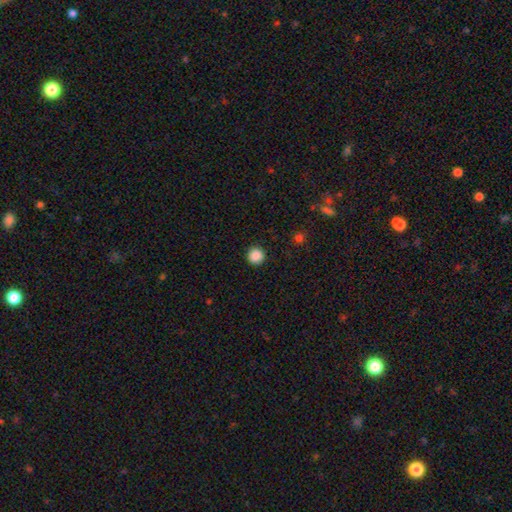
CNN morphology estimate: Smooth or featured? Predicted: smooth (p=0.88). How rounded? Predicted: round (p=0.95). Merging? Predicted: none (p=0.92).